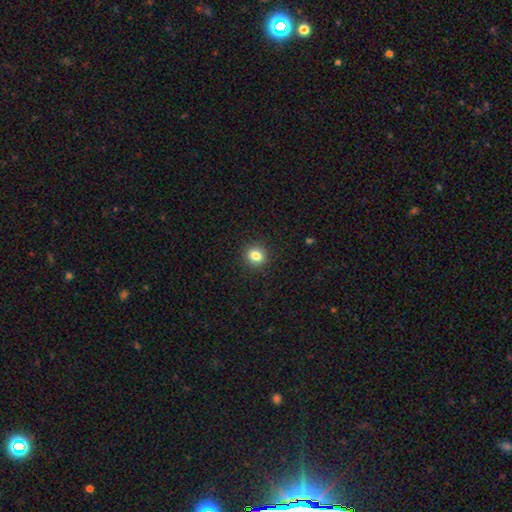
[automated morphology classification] A smooth galaxy with no disk features (83%) that is round (77%).

Vote fractions:
- Smooth or featured? smooth: 83% / star or artifact: 11% / featured or disk: 6%
- How rounded? round: 77% / in between: 22% / cigar-shaped: 1%
- Merging? none: 91% / minor disturbance: 6% / major disturbance: 2% / merger: 1%